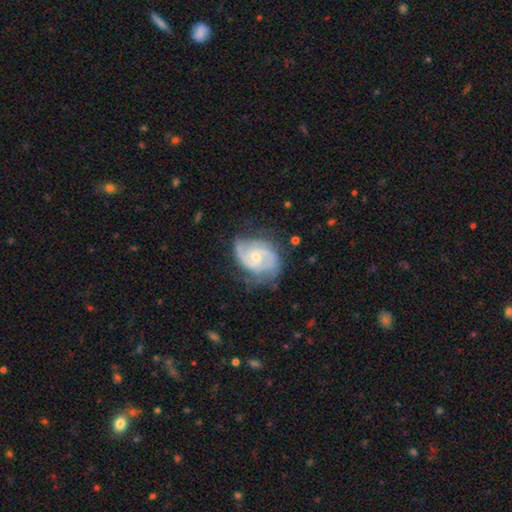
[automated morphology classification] Q: Smooth or featured?
A: featured or disk (86%); runner-up: smooth (9%)
Q: Edge-on disk?
A: no (98%); runner-up: yes (2%)
Q: Bar?
A: no (58%); runner-up: weak (36%)
Q: Spiral arms?
A: yes (96%); runner-up: no (4%)
Q: Spiral winding?
A: medium (48%); runner-up: tight (38%)
Q: Spiral arm count?
A: 2 (71%); runner-up: 3 (11%)
Q: Bulge size?
A: small (58%); runner-up: moderate (38%)
Q: Merging?
A: none (67%); runner-up: minor disturbance (23%)